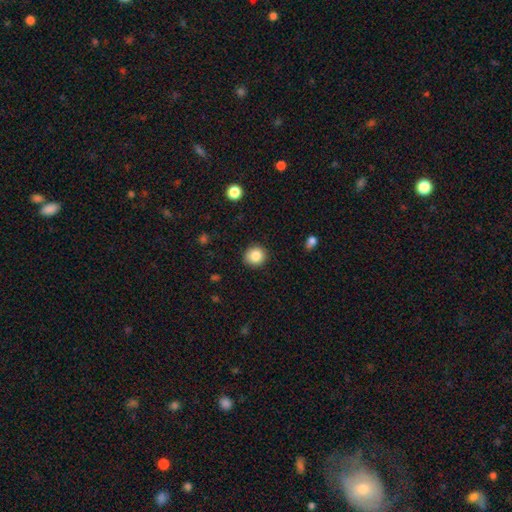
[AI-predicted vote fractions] Smooth or featured? smooth (85%)
How rounded? round (88%)
Merging? none (89%)